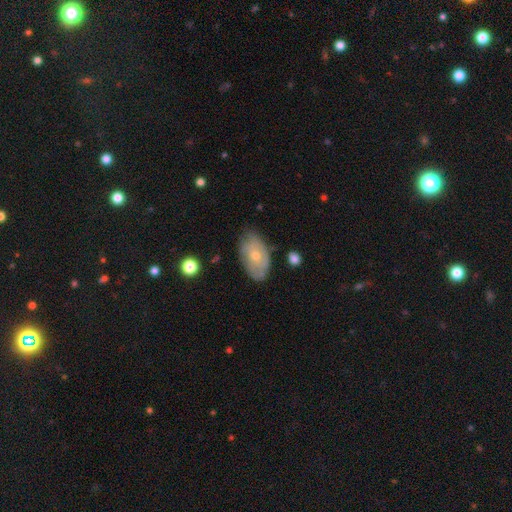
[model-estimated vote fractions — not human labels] A smooth galaxy with no disk features (51%) that is in between round and cigar-shaped (91%).

Vote fractions:
- Smooth or featured? smooth: 51% / featured or disk: 43% / star or artifact: 6%
- How rounded? in between: 91% / round: 7% / cigar-shaped: 2%
- Merging? none: 67% / minor disturbance: 25% / major disturbance: 6% / merger: 2%